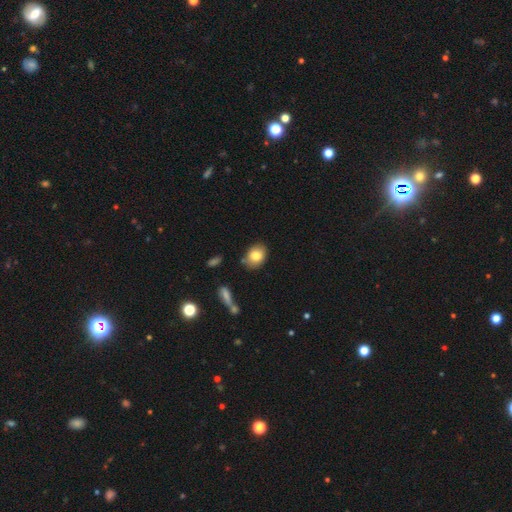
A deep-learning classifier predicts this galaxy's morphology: A smooth galaxy with no disk features (80%) that is in between round and cigar-shaped (65%).

Vote fractions:
- Smooth or featured? smooth: 80% / featured or disk: 11% / star or artifact: 9%
- How rounded? in between: 65% / round: 33% / cigar-shaped: 1%
- Merging? none: 79% / minor disturbance: 14% / merger: 4% / major disturbance: 3%